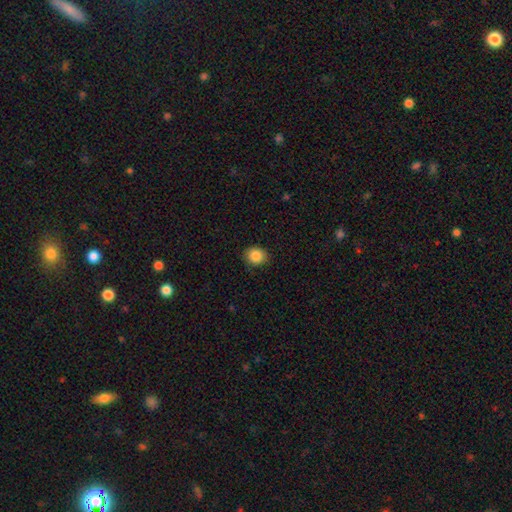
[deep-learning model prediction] smooth_or_featured: smooth (p=0.86) [alt: star or artifact p=0.09]
how_rounded: round (p=0.73) [alt: in between p=0.26]
merging: none (p=0.87) [alt: minor disturbance p=0.09]